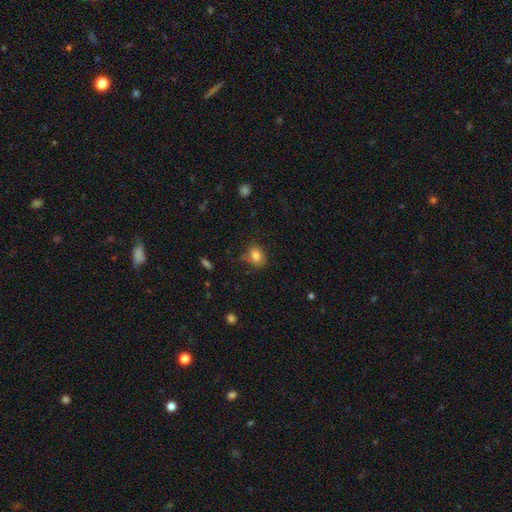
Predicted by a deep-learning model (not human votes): smooth 82%, star or artifact 10%, featured or disk 8%. Down the decision tree: how rounded — in between (55%); merging — none (71%).